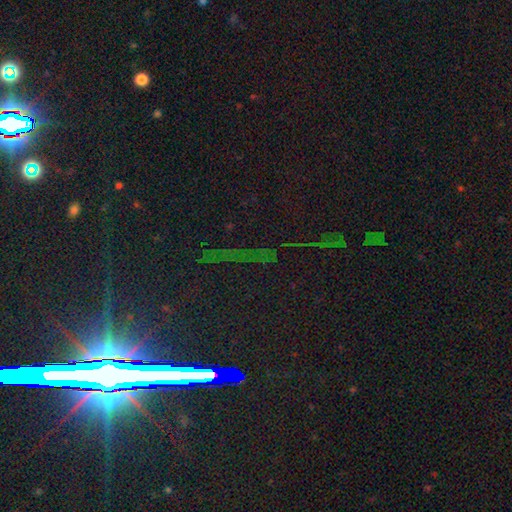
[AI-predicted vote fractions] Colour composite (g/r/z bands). It shows a star or artifact, not a galaxy (77%).